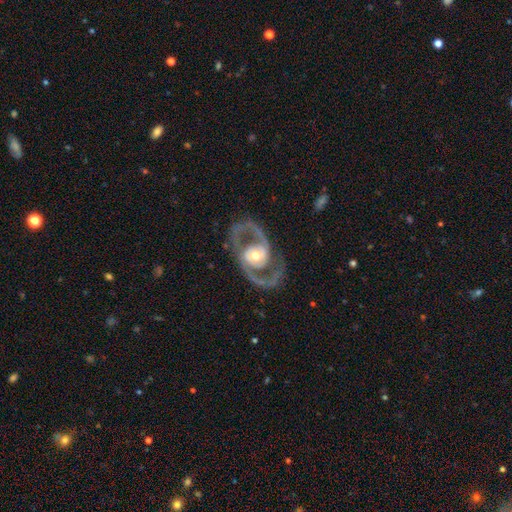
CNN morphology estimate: Smooth or featured?
  - featured or disk: 90% *
  - smooth: 6%
  - star or artifact: 4%
Edge-on disk?
  - no: 96% *
  - yes: 4%
Bar?
  - no: 60% *
  - weak: 27%
  - strong: 13%
Spiral arms?
  - yes: 89% *
  - no: 11%
Spiral winding?
  - medium: 58% *
  - loose: 23%
  - tight: 19%
Spiral arm count?
  - 2: 92% *
  - can't tell: 3%
  - 1: 2%
  - 3: 1%
  - 4: 1%
  - more than 4: 1%
Bulge size?
  - moderate: 70% *
  - large: 18%
  - small: 10%
  - dominant: 1%
  - none: 1%
Merging?
  - none: 79% *
  - minor disturbance: 11%
  - major disturbance: 9%
  - merger: 1%